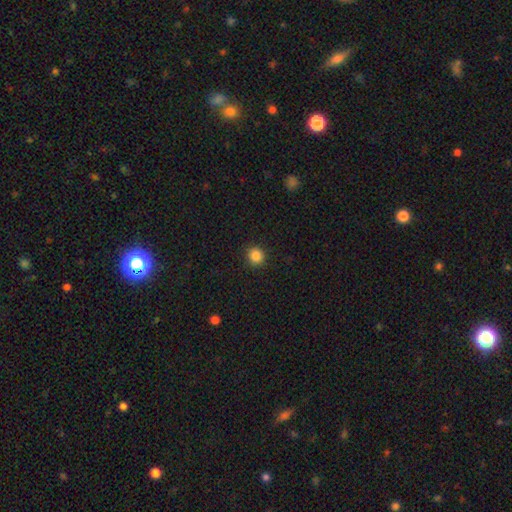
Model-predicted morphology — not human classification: smooth-or-featured: smooth: 86% | star or artifact: 11% | featured or disk: 4%
  how-rounded: round: 92% | in between: 7% | cigar-shaped: 1%
  merging: none: 92% | minor disturbance: 5% | major disturbance: 2% | merger: 1%